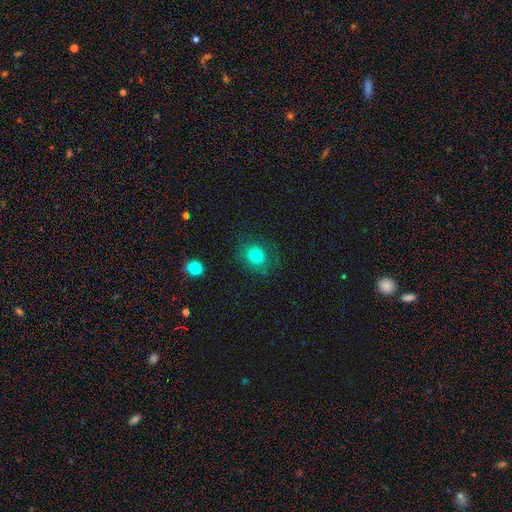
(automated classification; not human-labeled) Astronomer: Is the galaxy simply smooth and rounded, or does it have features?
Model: smooth — 78%.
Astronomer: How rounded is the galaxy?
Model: round — 73%.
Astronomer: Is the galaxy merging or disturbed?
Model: none — 78%.